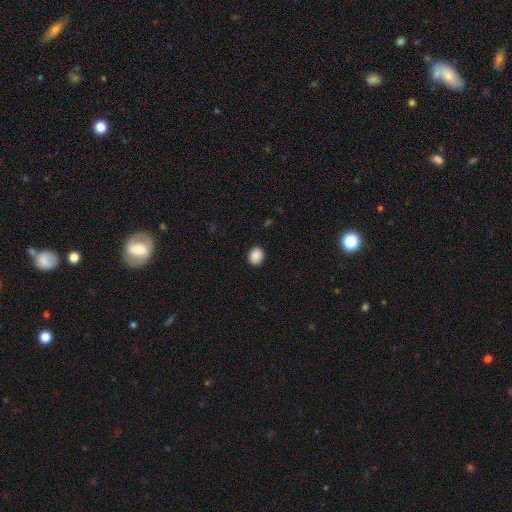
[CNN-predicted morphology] smooth 89%, star or artifact 8%, featured or disk 3%. Down the decision tree: how rounded — round (54%); merging — none (91%).